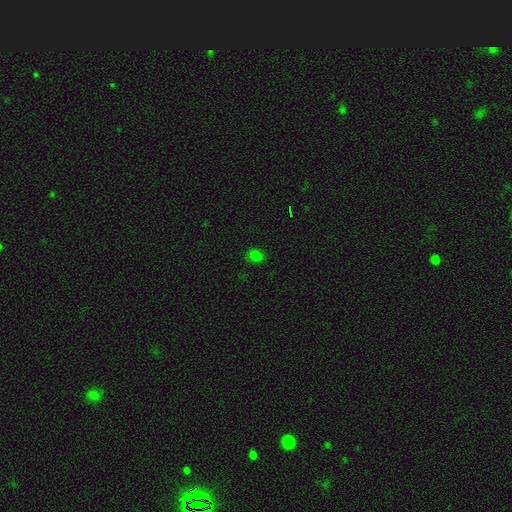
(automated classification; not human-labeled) A smooth galaxy with no disk features (75%) that is round (53%). Merging: none (85%).